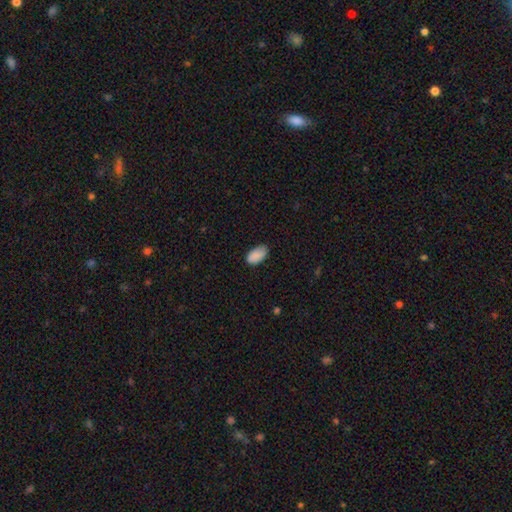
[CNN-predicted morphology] Q: Smooth or featured?
A: smooth (89%); runner-up: star or artifact (7%)
Q: How rounded?
A: in between (95%); runner-up: round (4%)
Q: Merging?
A: none (76%); runner-up: minor disturbance (20%)